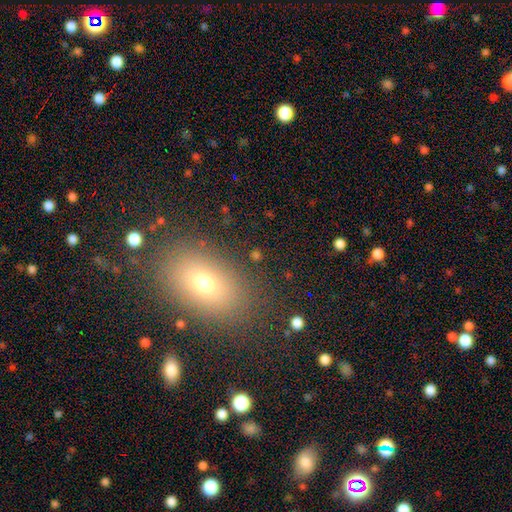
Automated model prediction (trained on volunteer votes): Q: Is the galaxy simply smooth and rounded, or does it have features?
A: smooth — 65%.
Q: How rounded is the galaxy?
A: in between — 74%.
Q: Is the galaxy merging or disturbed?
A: none — 83%.